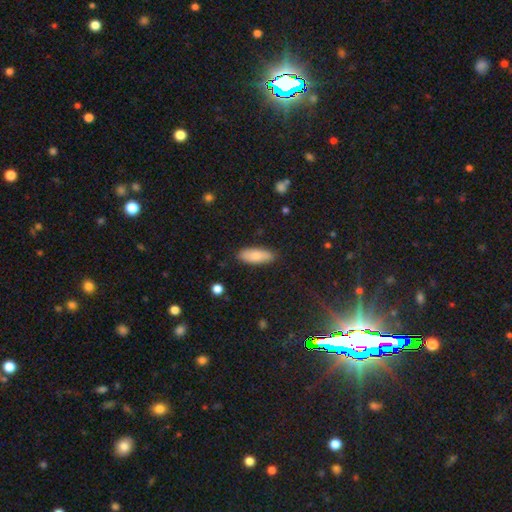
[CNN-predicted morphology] Smooth or featured? smooth (81%)
How rounded? in between (72%)
Merging? none (86%)